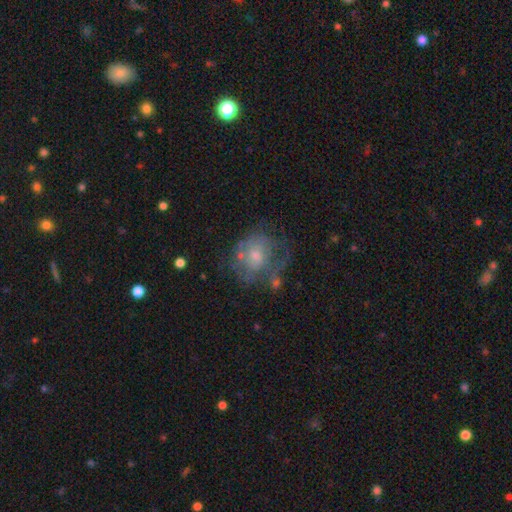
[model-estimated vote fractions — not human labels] The model was most divided on "bulge size": small: 49%, moderate: 41%, none: 5%, large: 4%, dominant: 1%. Remaining: edge-on disk — no (97%); bar — no (81%); spiral arms — no (55%); smooth or featured — featured or disk (52%); merging — none (39%).